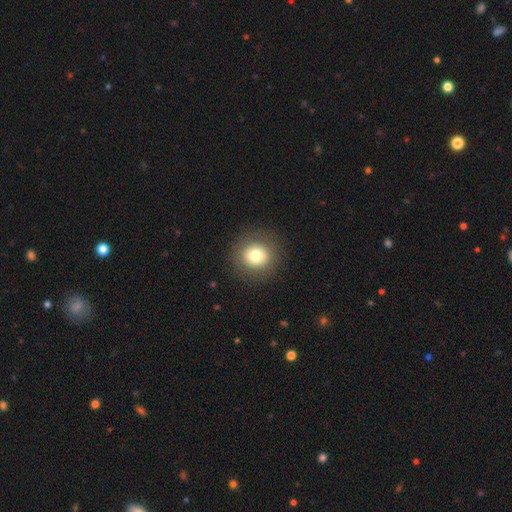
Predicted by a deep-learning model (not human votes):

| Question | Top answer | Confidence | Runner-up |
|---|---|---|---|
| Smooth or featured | smooth | 75% | featured or disk (14%) |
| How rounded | round | 93% | in between (6%) |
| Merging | none | 89% | minor disturbance (6%) |